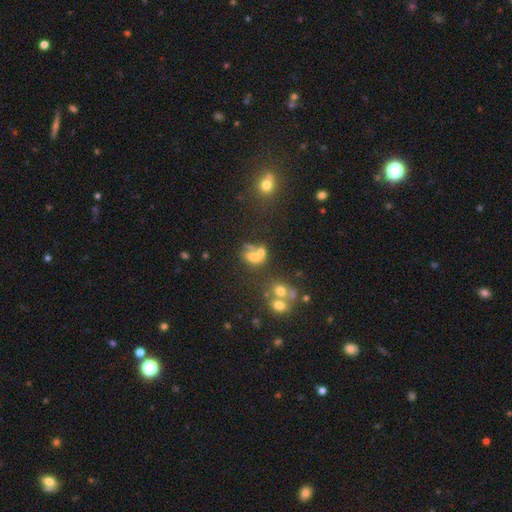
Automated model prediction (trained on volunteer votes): A smooth galaxy with no disk features (54%) that is in between round and cigar-shaped (63%). Merging: merger (50%).